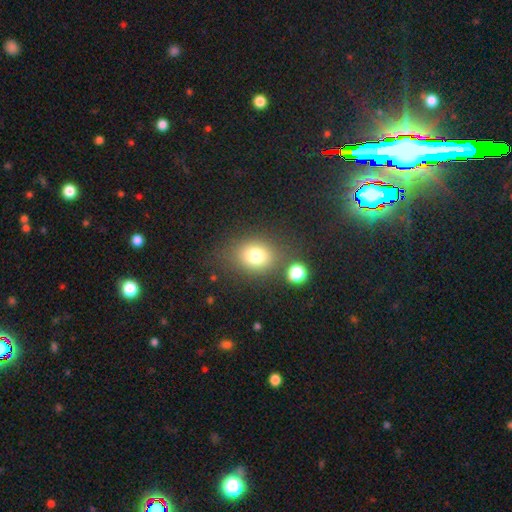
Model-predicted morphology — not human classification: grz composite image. It shows a smooth galaxy with no disk features (77%) that is round (56%). Merging: none (71%).